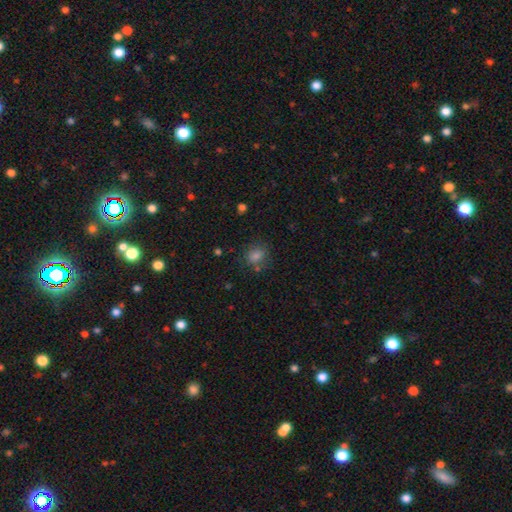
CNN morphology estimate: smooth 76%, star or artifact 17%, featured or disk 7%. Down the decision tree: how rounded — in between (50%); merging — none (73%).